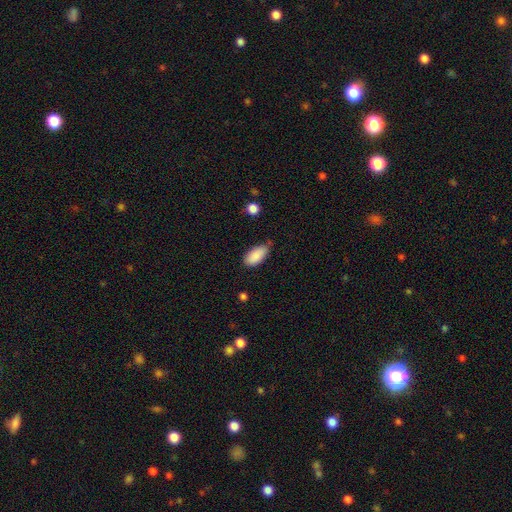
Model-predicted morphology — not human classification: Smooth or featured? smooth (88%)
How rounded? in between (92%)
Merging? none (66%)